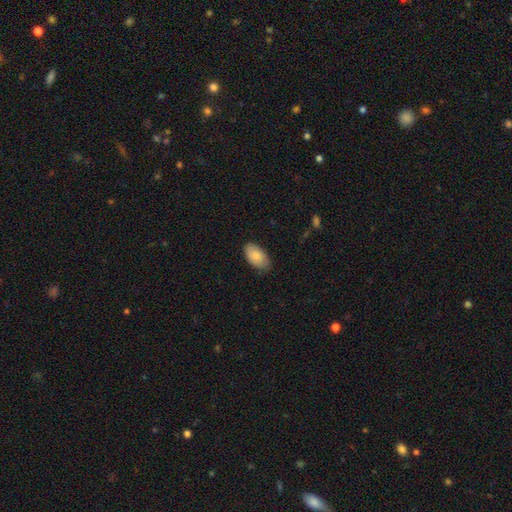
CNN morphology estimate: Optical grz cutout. It shows a smooth galaxy with no disk features (84%) that is in between round and cigar-shaped (95%). Merging: none (79%).